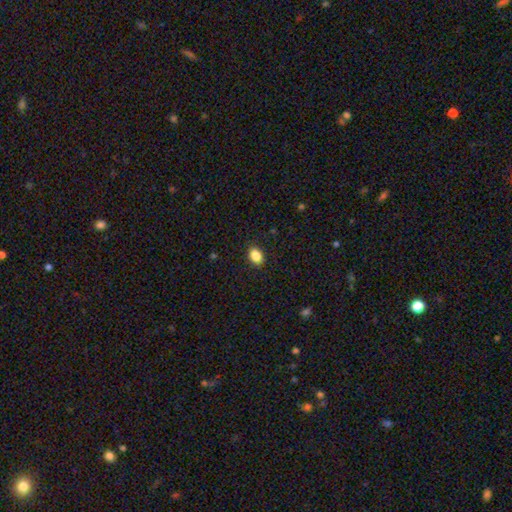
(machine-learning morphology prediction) Q: Smooth or featured?
A: smooth (87%); runner-up: star or artifact (9%)
Q: How rounded?
A: in between (75%); runner-up: round (24%)
Q: Merging?
A: none (89%); runner-up: minor disturbance (8%)